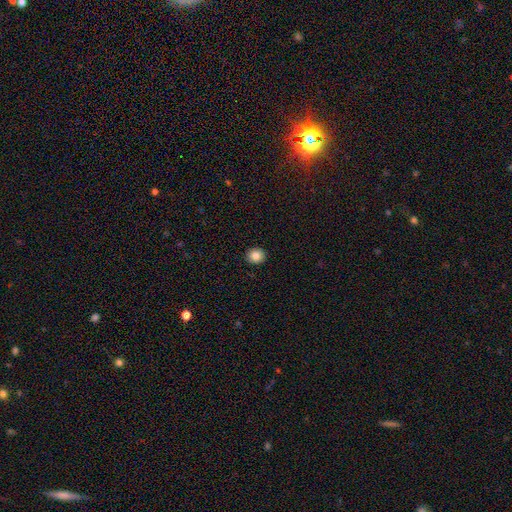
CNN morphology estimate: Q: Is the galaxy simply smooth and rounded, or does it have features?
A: smooth — 85%.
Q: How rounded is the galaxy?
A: round — 83%.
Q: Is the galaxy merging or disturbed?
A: none — 93%.